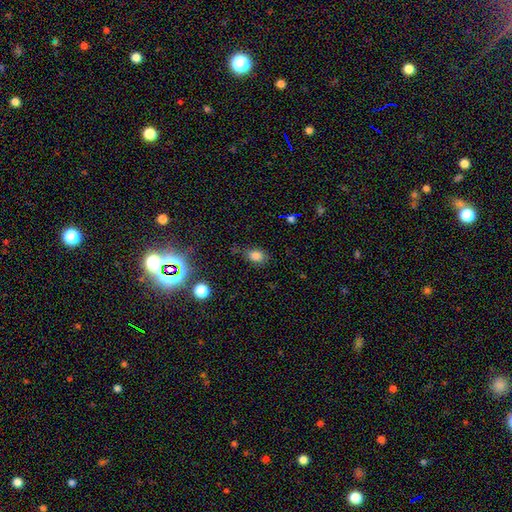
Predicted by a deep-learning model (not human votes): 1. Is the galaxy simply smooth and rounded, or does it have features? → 78% smooth, 16% star or artifact, 6% featured or disk.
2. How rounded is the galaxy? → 71% in between, 27% round, 2% cigar-shaped.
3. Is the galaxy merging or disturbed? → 65% none, 25% minor disturbance, 7% major disturbance, 3% merger.